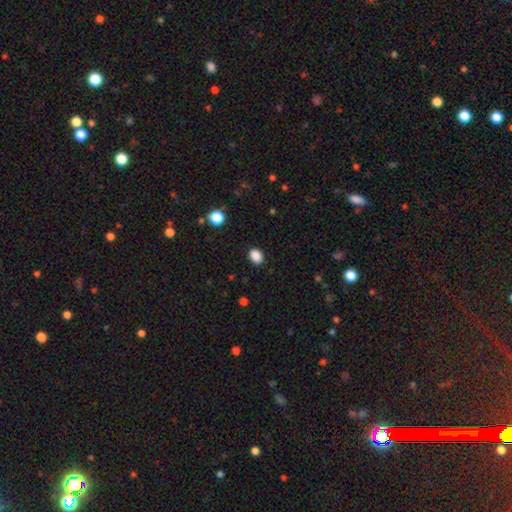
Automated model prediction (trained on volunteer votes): Q: Smooth or featured?
A: smooth (87%); runner-up: star or artifact (10%)
Q: How rounded?
A: in between (64%); runner-up: round (35%)
Q: Merging?
A: none (89%); runner-up: minor disturbance (8%)